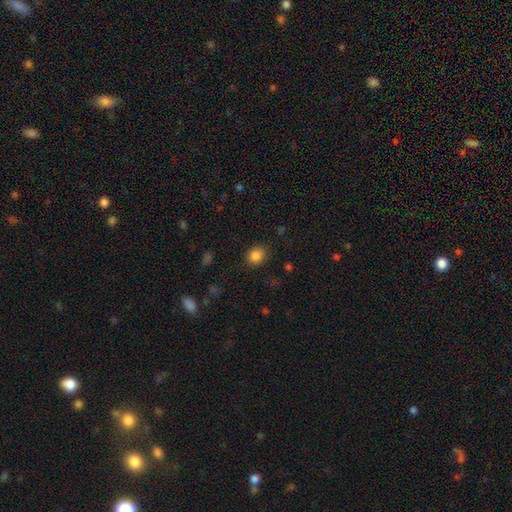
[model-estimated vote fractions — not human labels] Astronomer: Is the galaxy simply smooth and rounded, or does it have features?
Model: smooth — 85%.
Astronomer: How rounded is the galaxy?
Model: round — 61% (runner-up: in between, 38%).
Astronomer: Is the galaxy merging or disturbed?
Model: none — 84%.